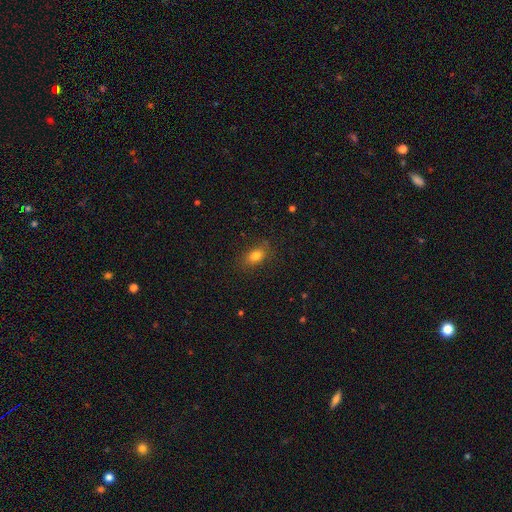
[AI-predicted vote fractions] The model was most divided on "how rounded": in between: 82%, round: 15%, cigar-shaped: 4%. More confident: merging — none (81%); smooth or featured — smooth (81%).